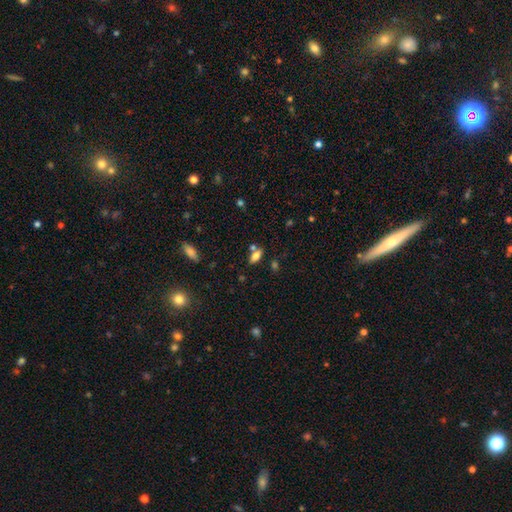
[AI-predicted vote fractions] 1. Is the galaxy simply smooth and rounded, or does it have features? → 76% smooth, 13% featured or disk, 11% star or artifact.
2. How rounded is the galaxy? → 83% in between, 13% cigar-shaped, 4% round.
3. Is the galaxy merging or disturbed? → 61% none, 22% merger, 12% minor disturbance, 4% major disturbance.